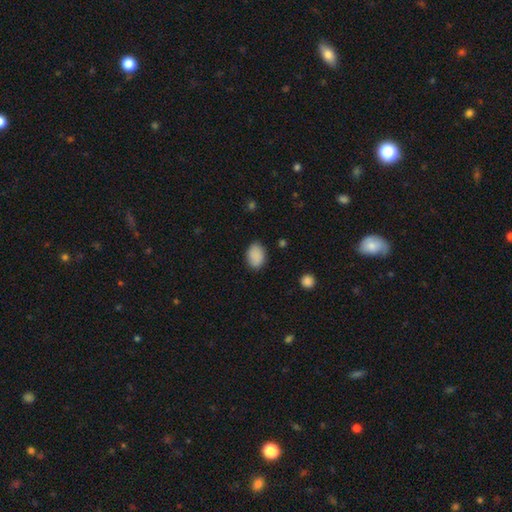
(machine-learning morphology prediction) Smooth or featured?
  - smooth: 89% *
  - star or artifact: 7%
  - featured or disk: 3%
How rounded?
  - in between: 80% *
  - round: 19%
  - cigar-shaped: 1%
Merging?
  - none: 83% *
  - minor disturbance: 13%
  - major disturbance: 3%
  - merger: 1%